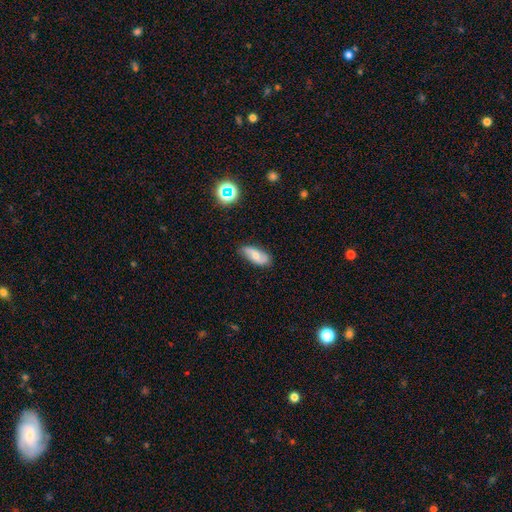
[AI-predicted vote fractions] This appears to be a smooth galaxy with no disk features (49%). Merging: none (78%).